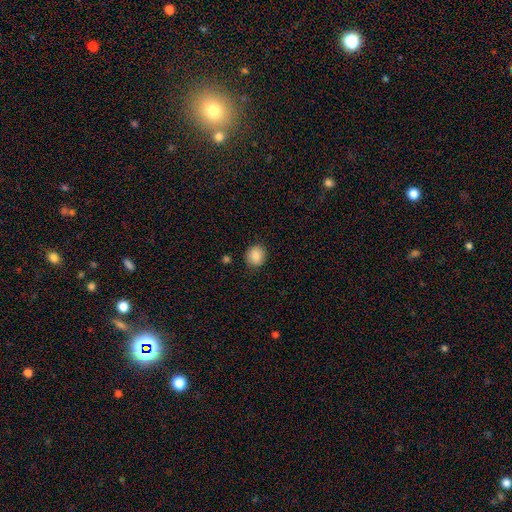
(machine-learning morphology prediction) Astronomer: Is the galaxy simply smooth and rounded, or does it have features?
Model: smooth — 86%.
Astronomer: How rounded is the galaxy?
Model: round — 81%.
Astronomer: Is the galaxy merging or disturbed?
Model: none — 88%.